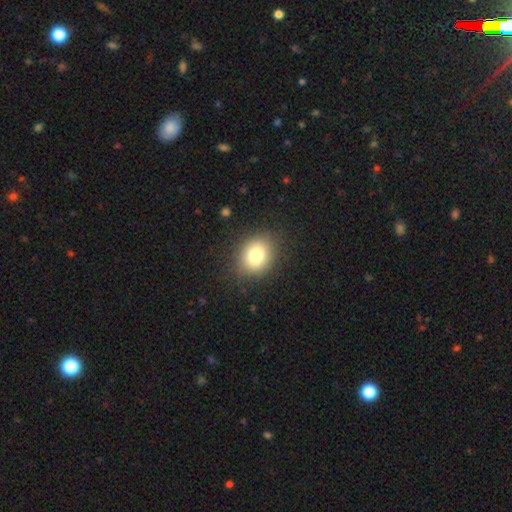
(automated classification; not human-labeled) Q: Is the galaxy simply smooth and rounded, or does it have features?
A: smooth — 79%.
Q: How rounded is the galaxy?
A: round — 56%.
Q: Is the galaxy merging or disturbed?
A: none — 84%.